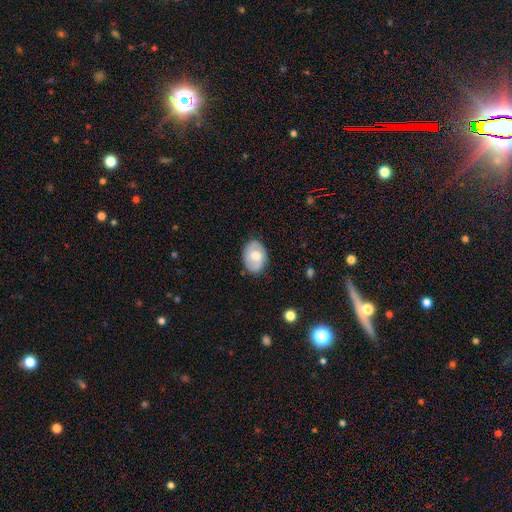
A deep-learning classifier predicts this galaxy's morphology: A smooth galaxy with no disk features (57%) that is in between round and cigar-shaped (74%). Merging: none (81%).